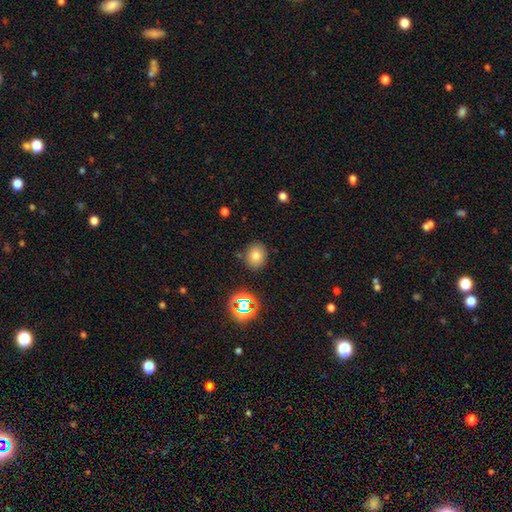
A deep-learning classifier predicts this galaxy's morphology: smooth_or_featured: smooth (p=0.74) [alt: star or artifact p=0.17]
how_rounded: round (p=0.61) [alt: in between p=0.38]
merging: none (p=0.83) [alt: minor disturbance p=0.10]